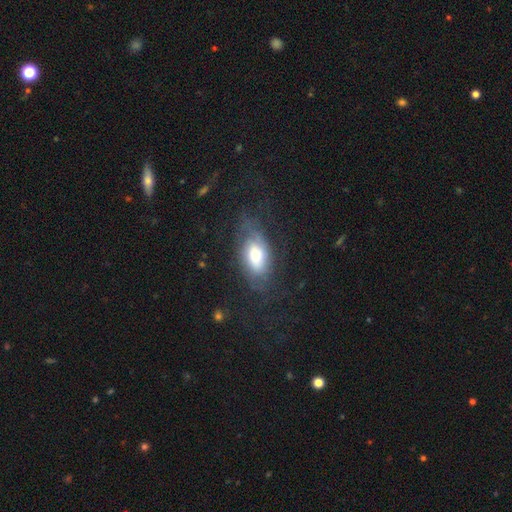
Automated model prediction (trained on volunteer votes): smooth-or-featured: featured or disk: 53% | smooth: 37% | star or artifact: 9%
  disk-edge-on: no: 90% | yes: 10%
  merging: none: 57% | minor disturbance: 22% | major disturbance: 20% | merger: 2%